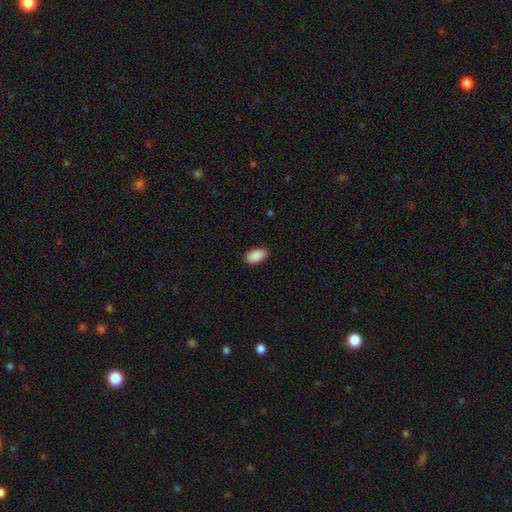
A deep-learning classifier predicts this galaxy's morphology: Smooth or featured? Predicted: smooth (p=0.91). How rounded? Predicted: in between (p=0.94). Merging? Predicted: none (p=0.88).